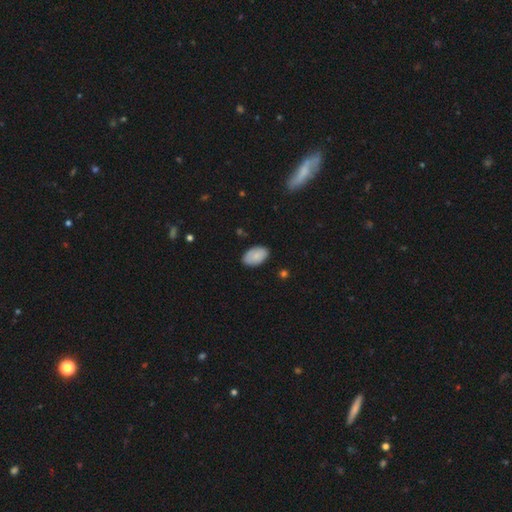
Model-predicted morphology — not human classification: Overall: smooth (85%). How rounded: in between (94%). Merging: none (85%).